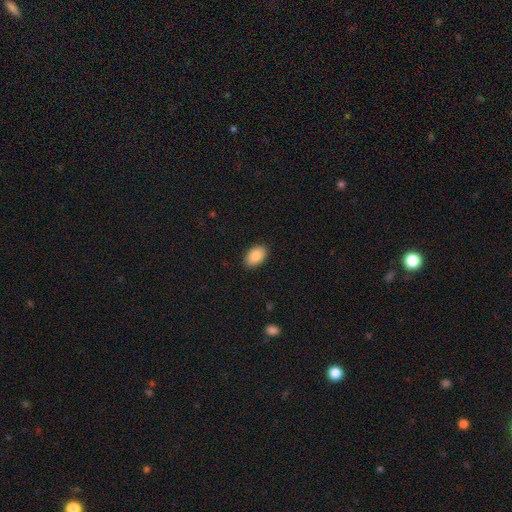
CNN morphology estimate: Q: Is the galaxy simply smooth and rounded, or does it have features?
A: smooth — 85%.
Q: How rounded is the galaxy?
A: in between — 90%.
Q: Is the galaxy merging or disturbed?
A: none — 89%.